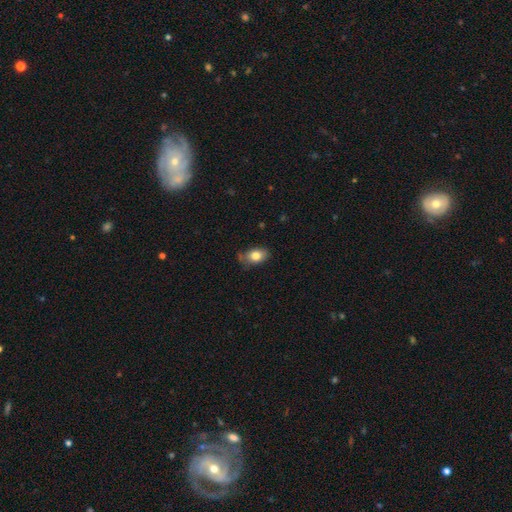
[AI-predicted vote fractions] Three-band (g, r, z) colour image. It shows a smooth galaxy with no disk features (80%) that is in between round and cigar-shaped (84%). Merging: none (71%).